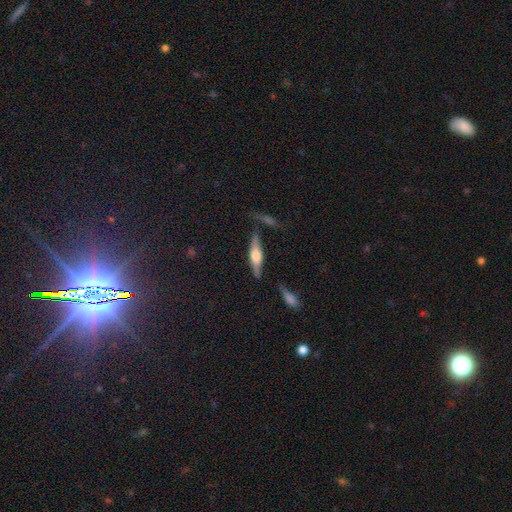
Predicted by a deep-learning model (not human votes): Smooth or featured? Predicted: featured or disk (p=0.59). Edge-on disk? Predicted: yes (p=0.92). Edge-on bulge? Predicted: rounded (p=0.79). Merging? Predicted: none (p=0.70).